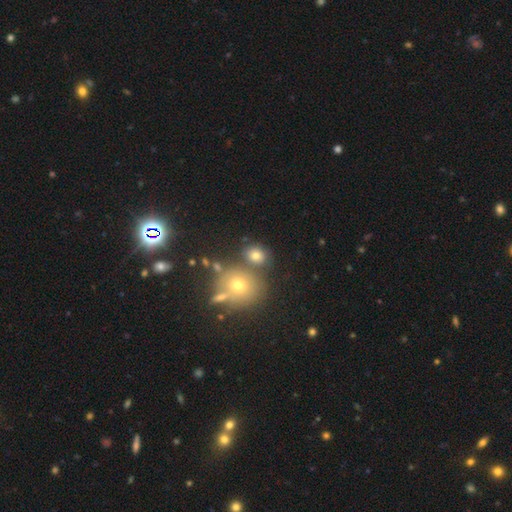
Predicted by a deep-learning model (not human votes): Q: Smooth or featured?
A: smooth (73%); runner-up: star or artifact (14%)
Q: How rounded?
A: round (59%); runner-up: in between (39%)
Q: Merging?
A: none (65%); runner-up: merger (20%)